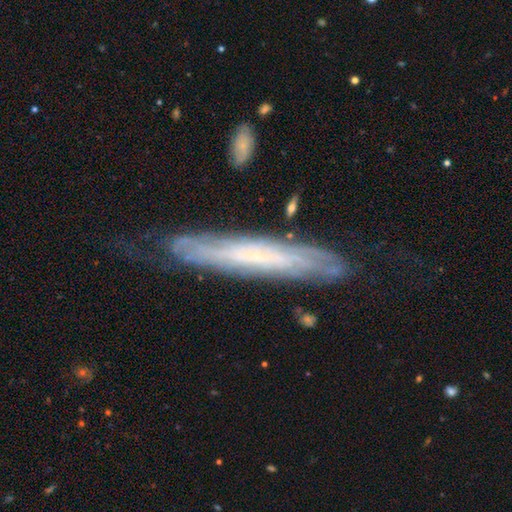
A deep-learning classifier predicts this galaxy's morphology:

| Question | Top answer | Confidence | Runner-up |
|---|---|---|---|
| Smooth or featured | featured or disk | 67% | smooth (26%) |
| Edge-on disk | yes | 61% | no (39%) |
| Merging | none | 69% | minor disturbance (22%) |